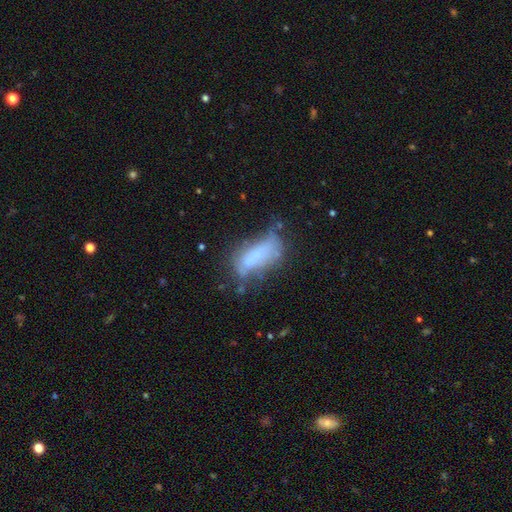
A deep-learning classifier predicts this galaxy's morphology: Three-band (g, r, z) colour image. It shows a smooth galaxy with no disk features (61%) that is in between round and cigar-shaped (75%). Merging: none (37%).